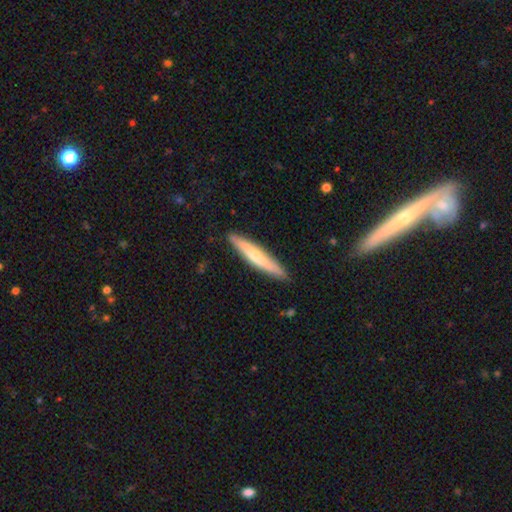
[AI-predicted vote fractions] Q: Smooth or featured?
A: smooth (58%); runner-up: featured or disk (36%)
Q: How rounded?
A: cigar-shaped (93%); runner-up: in between (6%)
Q: Merging?
A: none (88%); runner-up: minor disturbance (9%)